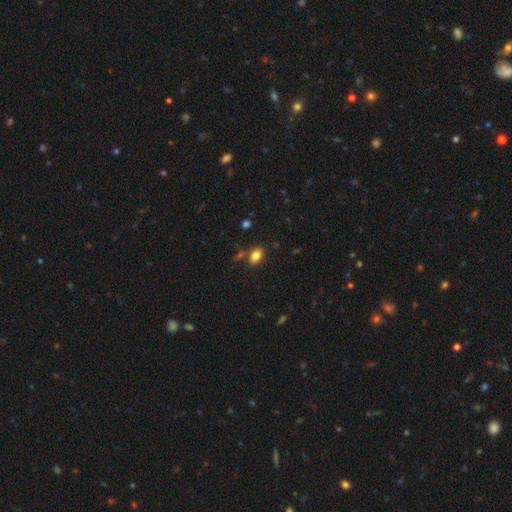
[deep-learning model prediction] Smooth or featured? smooth (82%)
How rounded? in between (81%)
Merging? none (77%)